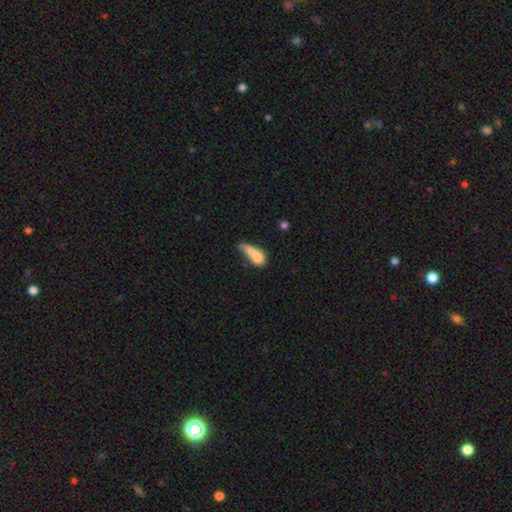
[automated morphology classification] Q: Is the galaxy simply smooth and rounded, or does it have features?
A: smooth — 67%.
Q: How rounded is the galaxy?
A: in between — 55%.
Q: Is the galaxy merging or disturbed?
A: merger — 38%.